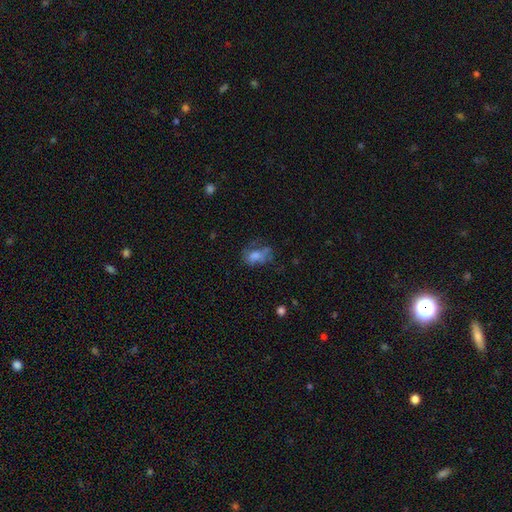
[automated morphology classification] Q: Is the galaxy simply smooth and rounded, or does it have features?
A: smooth — 50%.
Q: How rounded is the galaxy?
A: in between — 72%.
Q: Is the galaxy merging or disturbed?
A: none — 39%.